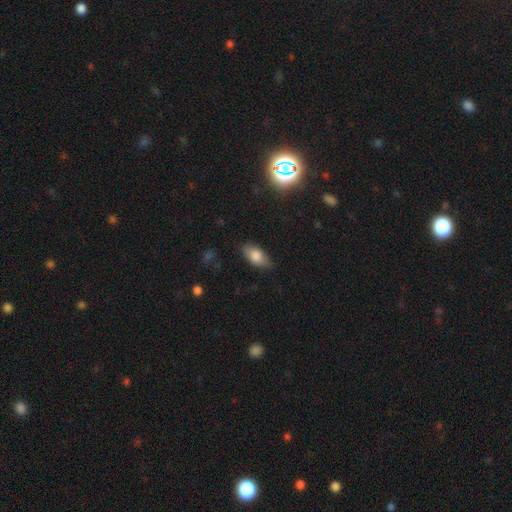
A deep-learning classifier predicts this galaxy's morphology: Q: Smooth or featured?
A: smooth (81%); runner-up: featured or disk (11%)
Q: How rounded?
A: in between (90%); runner-up: cigar-shaped (7%)
Q: Merging?
A: none (81%); runner-up: minor disturbance (15%)